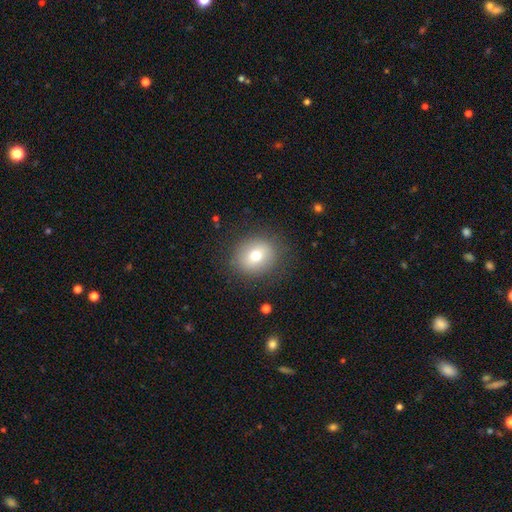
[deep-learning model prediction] smooth-or-featured: smooth: 71% | featured or disk: 18% | star or artifact: 11%
  how-rounded: round: 72% | in between: 27% | cigar-shaped: 1%
  merging: none: 85% | minor disturbance: 10% | major disturbance: 4% | merger: 1%